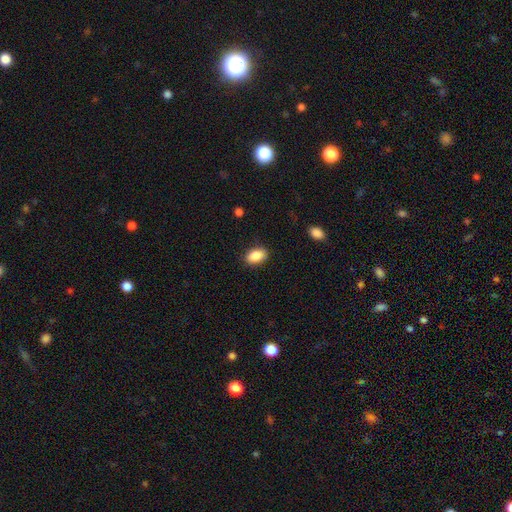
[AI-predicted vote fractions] Morphology: type=smooth (89%); roundness=in between (91%); merging=none (87%).